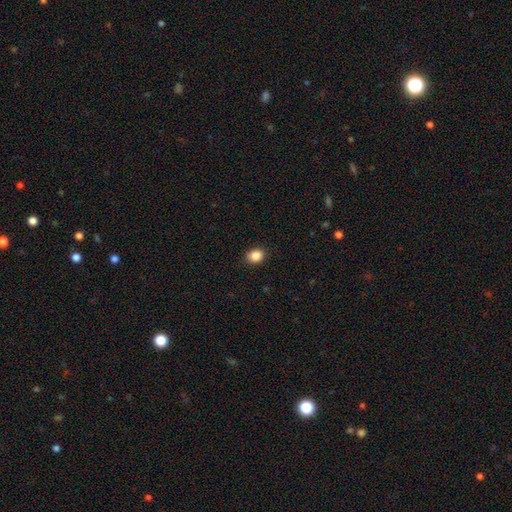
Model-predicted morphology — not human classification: smooth-or-featured: smooth: 86% | star or artifact: 10% | featured or disk: 4%
  how-rounded: round: 57% | in between: 42% | cigar-shaped: 1%
  merging: none: 87% | minor disturbance: 10% | major disturbance: 2% | merger: 1%